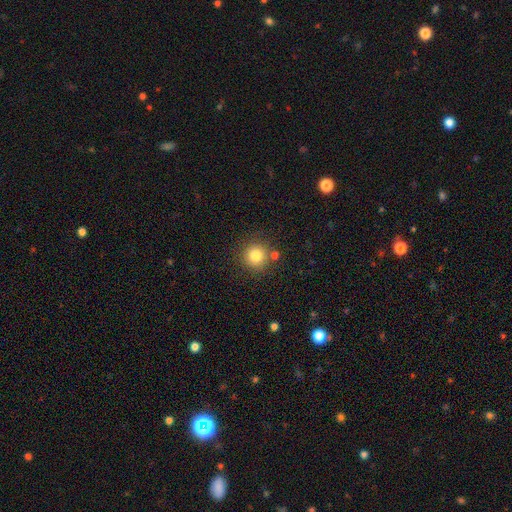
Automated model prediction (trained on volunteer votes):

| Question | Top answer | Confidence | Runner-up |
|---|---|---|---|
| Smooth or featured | smooth | 81% | star or artifact (12%) |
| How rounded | round | 94% | in between (5%) |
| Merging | none | 82% | minor disturbance (8%) |